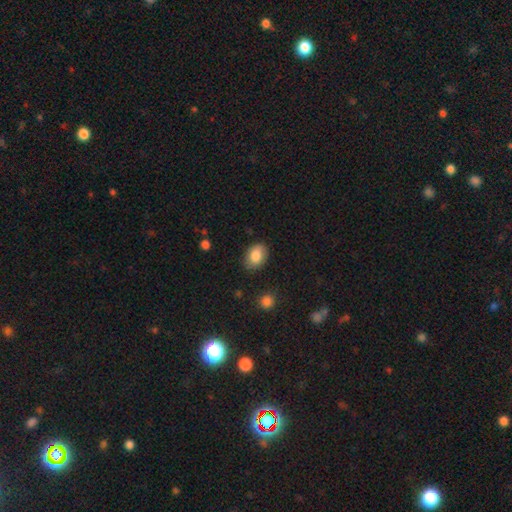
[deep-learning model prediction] This is clearly a smooth galaxy (83%). How rounded: likely in between (76%). Merging: clearly none (84%).